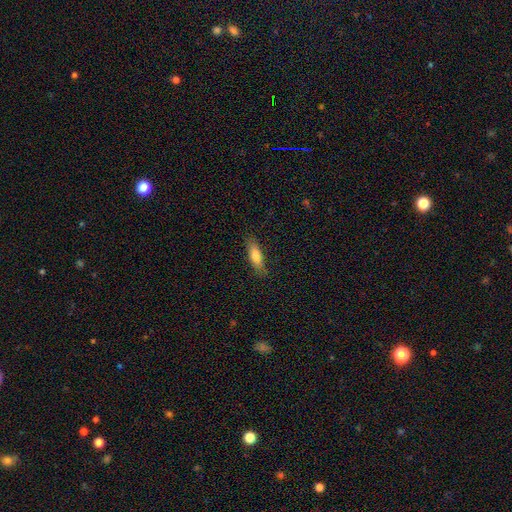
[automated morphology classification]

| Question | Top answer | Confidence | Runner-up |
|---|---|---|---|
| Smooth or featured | smooth | 78% | featured or disk (16%) |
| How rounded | in between | 52% | cigar-shaped (46%) |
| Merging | none | 83% | minor disturbance (13%) |